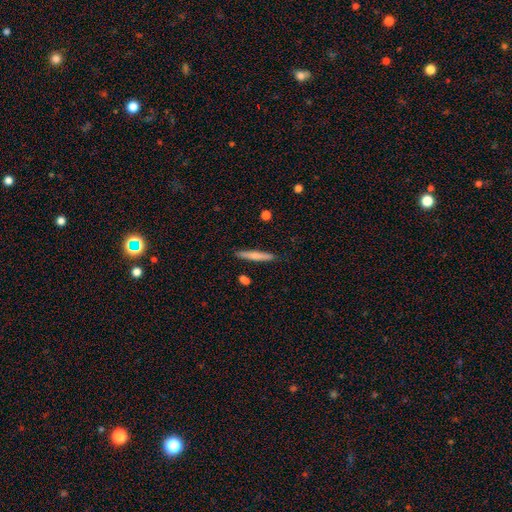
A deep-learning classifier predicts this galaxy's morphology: A smooth galaxy with no disk features (65%) that is cigar-shaped (94%).

Vote fractions:
- Smooth or featured? smooth: 65% / featured or disk: 29% / star or artifact: 6%
- How rounded? cigar-shaped: 94% / in between: 5% / round: 1%
- Merging? none: 88% / minor disturbance: 8% / merger: 2% / major disturbance: 2%